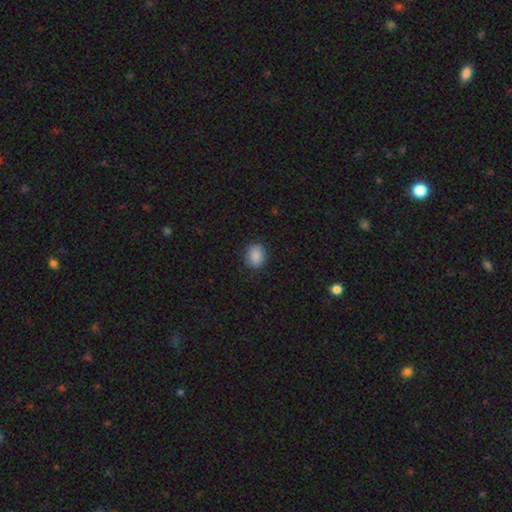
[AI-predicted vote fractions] This appears to be a smooth galaxy with no disk features (88%) that is round (54%). Merging: none (88%).